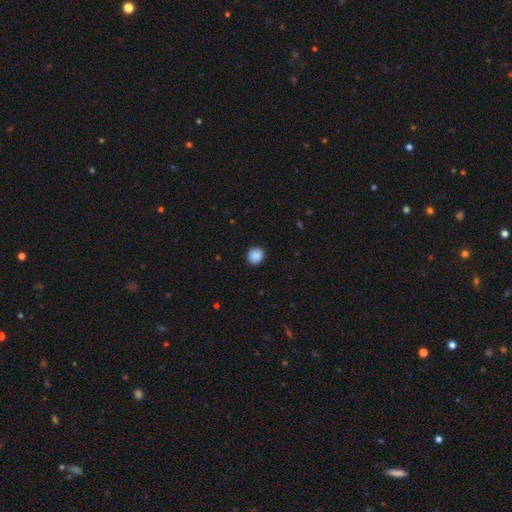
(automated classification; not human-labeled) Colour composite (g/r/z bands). It shows a smooth galaxy with no disk features (89%) that is round (86%). Merging: none (90%).